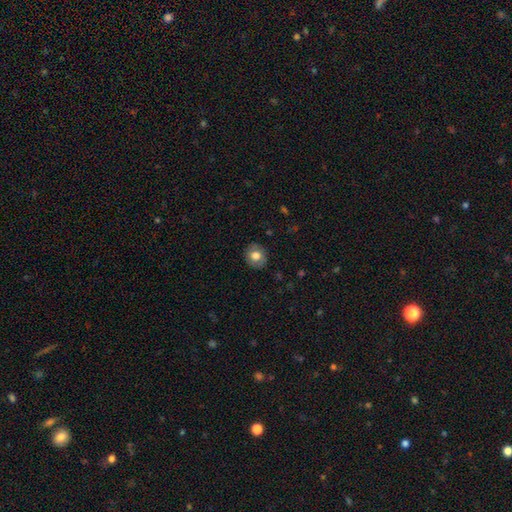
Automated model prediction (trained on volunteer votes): This appears to be a smooth galaxy with no disk features (76%) that is round (80%). Merging: none (88%).